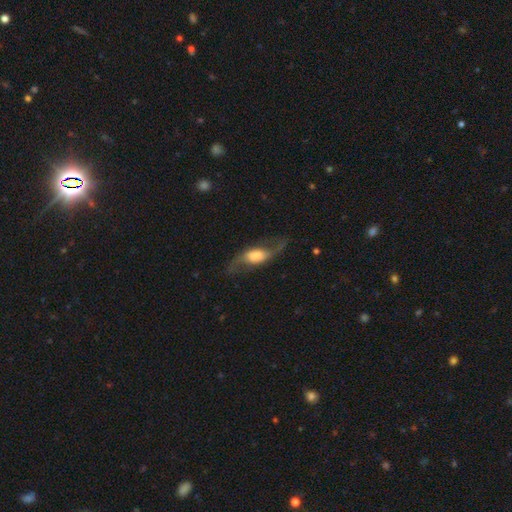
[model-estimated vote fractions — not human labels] featured or disk 71%, smooth 22%, star or artifact 7%. Down the decision tree: edge-on disk — no (83%); bar — no (44%); spiral arms — yes (89%); spiral arm count — 2 (92%); spiral winding — loose (80%); bulge size — large (41%); merging — none (67%).